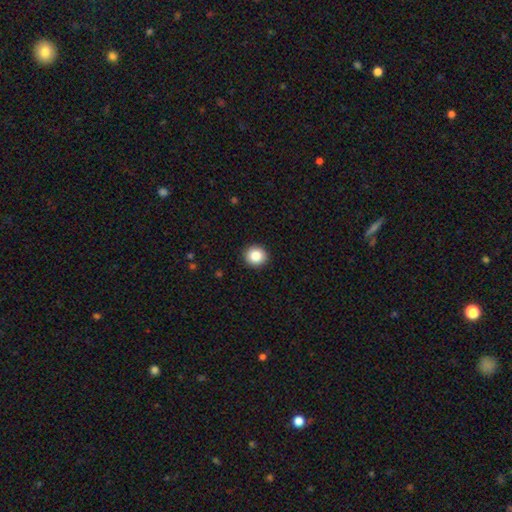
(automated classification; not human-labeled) smooth 86%, star or artifact 9%, featured or disk 5%. Down the decision tree: how rounded — round (89%); merging — none (92%).